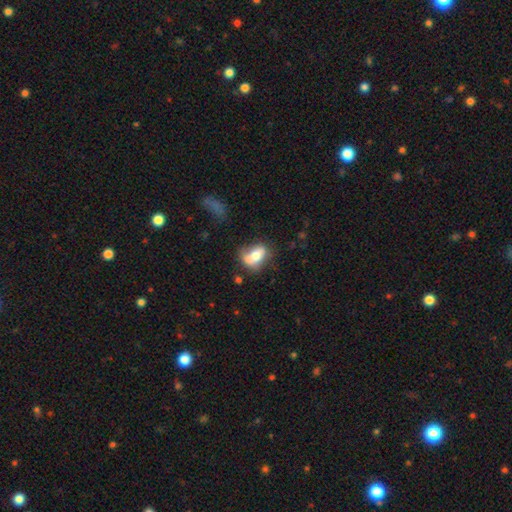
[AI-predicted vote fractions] Smooth or featured? Predicted: smooth (p=0.61). How rounded? Predicted: in between (p=0.80). Merging? Predicted: none (p=0.40).